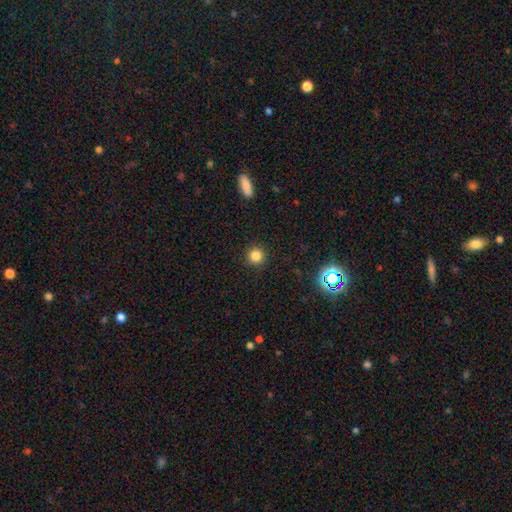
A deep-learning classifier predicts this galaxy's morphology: A smooth galaxy with no disk features (82%) that is round (94%).

Vote fractions:
- Smooth or featured? smooth: 82% / star or artifact: 13% / featured or disk: 4%
- How rounded? round: 94% / in between: 5% / cigar-shaped: 1%
- Merging? none: 91% / minor disturbance: 5% / major disturbance: 2% / merger: 1%